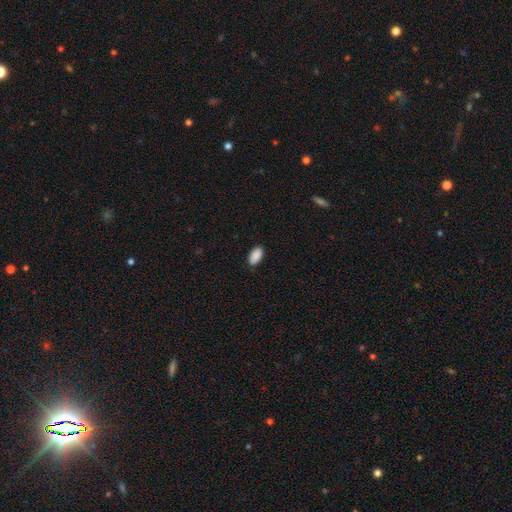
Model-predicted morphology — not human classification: smooth_or_featured: smooth (p=0.91) [alt: star or artifact p=0.07]
how_rounded: in between (p=0.94) [alt: round p=0.03]
merging: none (p=0.87) [alt: minor disturbance p=0.10]